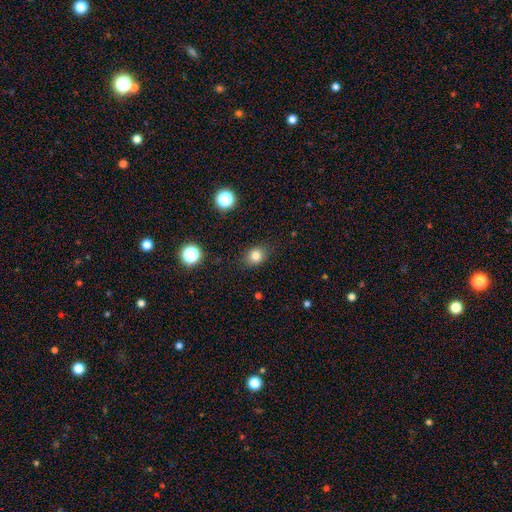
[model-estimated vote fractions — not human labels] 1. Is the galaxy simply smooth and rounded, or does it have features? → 81% smooth, 12% star or artifact, 7% featured or disk.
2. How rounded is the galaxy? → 57% round, 42% in between, 1% cigar-shaped.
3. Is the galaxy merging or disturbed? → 85% none, 11% minor disturbance, 3% major disturbance, 1% merger.